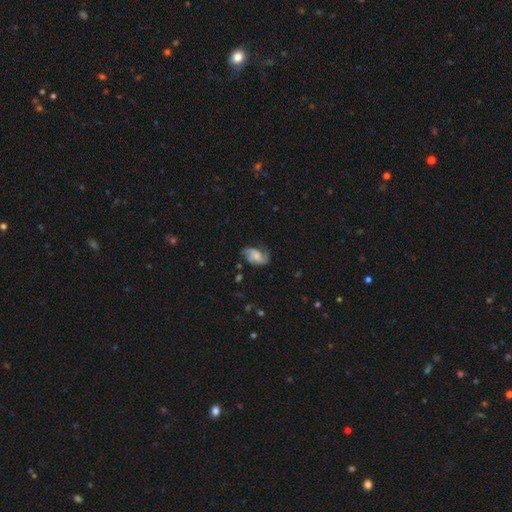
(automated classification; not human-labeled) smooth_or_featured: featured or disk (p=0.61) [alt: smooth p=0.31]
disk_edge_on: no (p=0.97) [alt: yes p=0.03]
bar: no (p=0.58) [alt: weak p=0.35]
has_spiral_arms: yes (p=0.92) [alt: no p=0.08]
spiral_winding: medium (p=0.43) [alt: loose p=0.36]
spiral_arm_count: 2 (p=0.71) [alt: can't tell p=0.11]
bulge_size: small (p=0.34) [alt: moderate p=0.30]
merging: none (p=0.61) [alt: minor disturbance p=0.25]